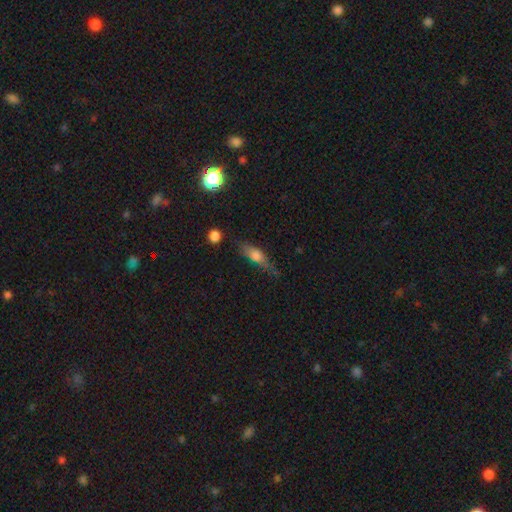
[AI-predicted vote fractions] smooth-or-featured: smooth: 62% | featured or disk: 29% | star or artifact: 9%
  how-rounded: cigar-shaped: 48% | in between: 47% | round: 5%
  merging: none: 59% | minor disturbance: 27% | major disturbance: 10% | merger: 4%